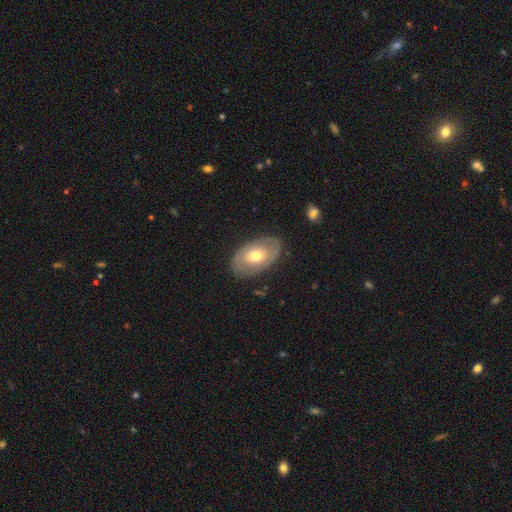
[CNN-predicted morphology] Smooth or featured?
  - smooth: 51% *
  - featured or disk: 43%
  - star or artifact: 6%
How rounded?
  - in between: 89% *
  - round: 10%
  - cigar-shaped: 1%
Merging?
  - none: 81% *
  - minor disturbance: 13%
  - major disturbance: 4%
  - merger: 1%